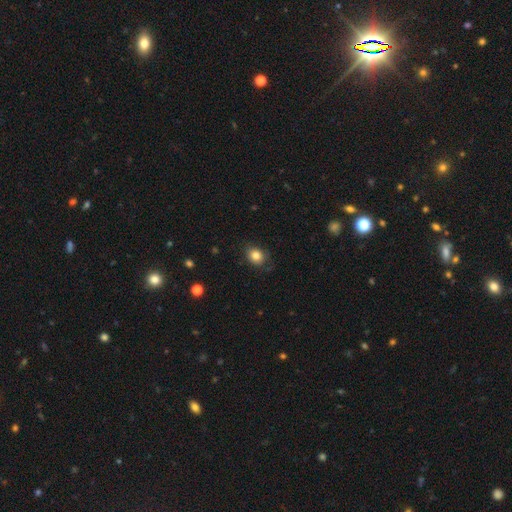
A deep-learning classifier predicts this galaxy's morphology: Overall: smooth (81%). How rounded: round (54%; in between 45%). Merging: none (78%).